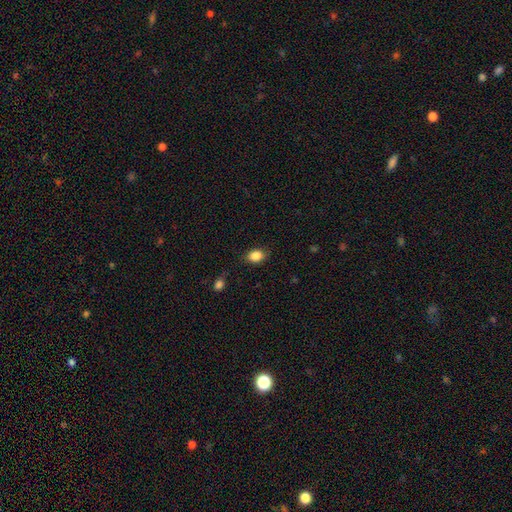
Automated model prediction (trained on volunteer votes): Smooth or featured?
  - smooth: 86% *
  - star or artifact: 9%
  - featured or disk: 4%
How rounded?
  - in between: 65% *
  - round: 34%
  - cigar-shaped: 1%
Merging?
  - none: 81% *
  - minor disturbance: 14%
  - major disturbance: 3%
  - merger: 2%